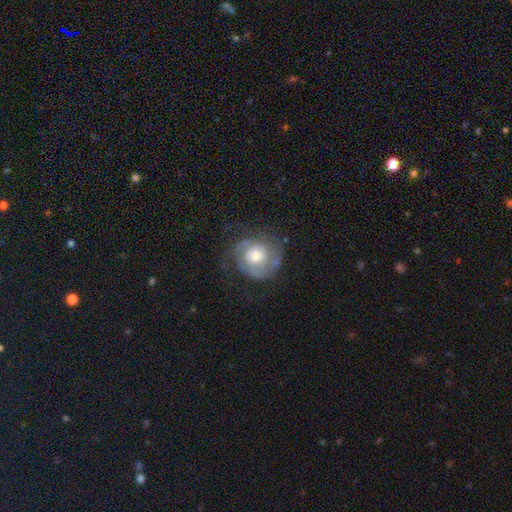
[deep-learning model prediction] featured or disk 72%, smooth 21%, star or artifact 7%. Down the decision tree: edge-on disk — no (98%); bar — no (78%); spiral arms — yes (88%); spiral arm count — 2 (49%); spiral winding — tight (61%); bulge size — moderate (65%); merging — none (68%).